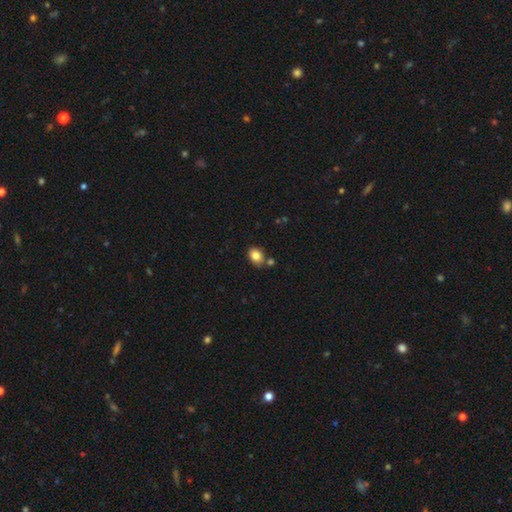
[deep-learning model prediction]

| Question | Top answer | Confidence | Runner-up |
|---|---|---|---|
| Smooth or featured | smooth | 83% | star or artifact (9%) |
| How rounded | in between | 59% | round (41%) |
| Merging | none | 72% | minor disturbance (13%) |